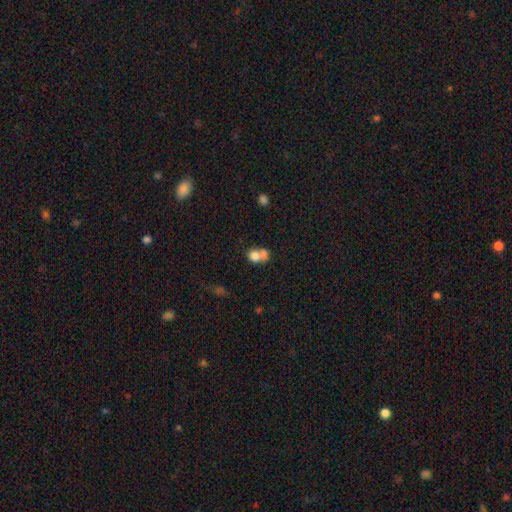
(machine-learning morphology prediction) smooth-or-featured: smooth: 75% | featured or disk: 14% | star or artifact: 10%
  how-rounded: round: 60% | in between: 39% | cigar-shaped: 1%
  merging: merger: 64% | none: 24% | minor disturbance: 7% | major disturbance: 5%